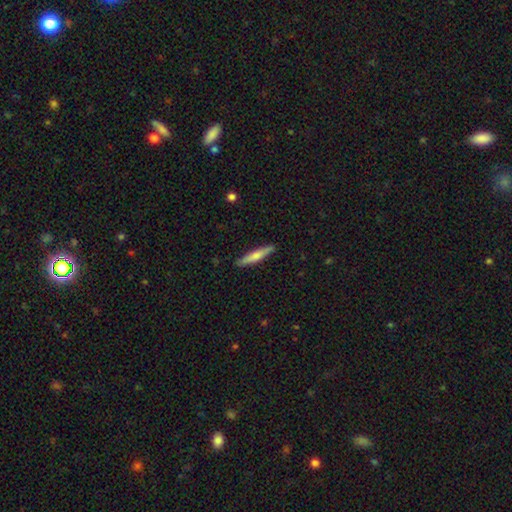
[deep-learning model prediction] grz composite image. It shows a smooth galaxy with no disk features (61%) that is cigar-shaped (91%). Merging: none (89%).